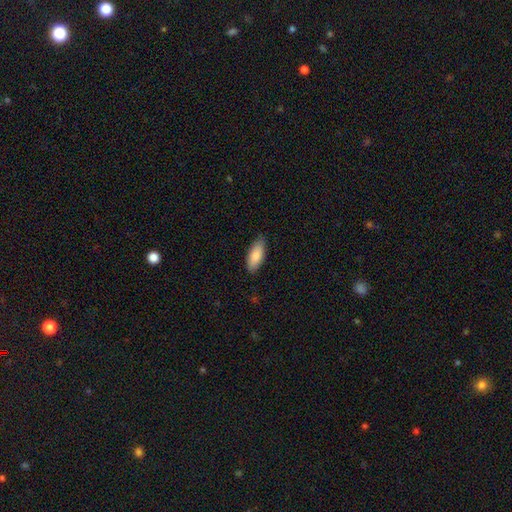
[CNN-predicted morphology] Overall: smooth (86%). How rounded: in between (81%). Merging: none (84%).